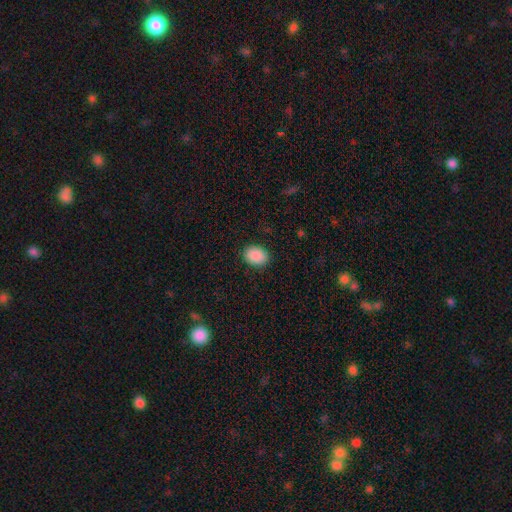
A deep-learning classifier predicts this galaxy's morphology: smooth_or_featured: smooth (p=0.90) [alt: star or artifact p=0.07]
how_rounded: in between (p=0.65) [alt: round p=0.34]
merging: none (p=0.89) [alt: minor disturbance p=0.08]